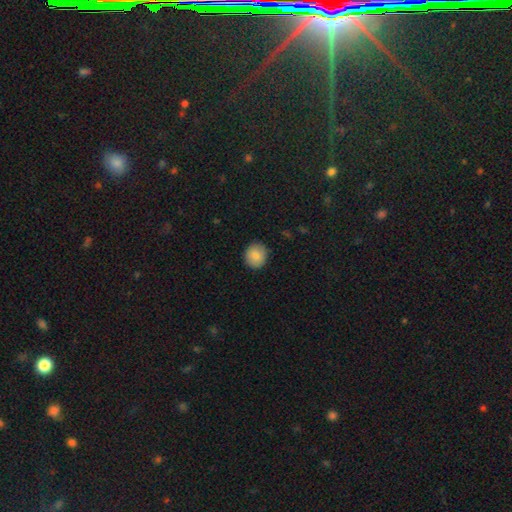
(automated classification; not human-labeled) Q: Smooth or featured?
A: smooth (85%); runner-up: featured or disk (8%)
Q: How rounded?
A: round (84%); runner-up: in between (15%)
Q: Merging?
A: none (89%); runner-up: minor disturbance (8%)